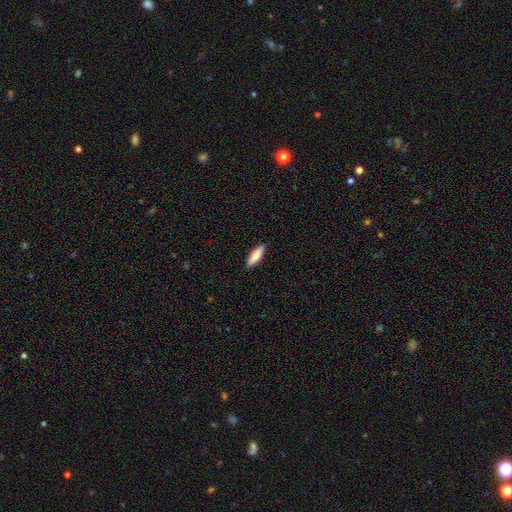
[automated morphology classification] This is clearly a smooth galaxy (83%). How rounded: possibly cigar-shaped (55%). Merging: clearly none (90%).